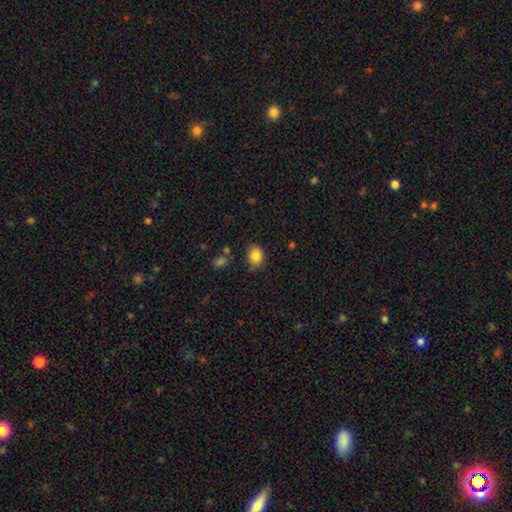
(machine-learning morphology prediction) Overall: smooth (85%). How rounded: round (54%; in between 45%). Merging: none (79%).